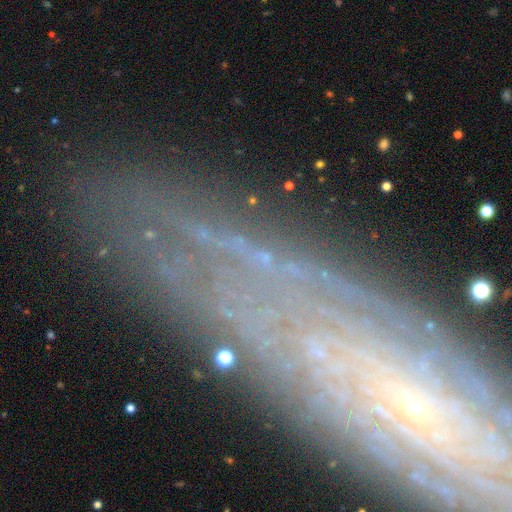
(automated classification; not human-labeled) This is marginally a featured or disk galaxy (43%). Merging: likely none (73%).